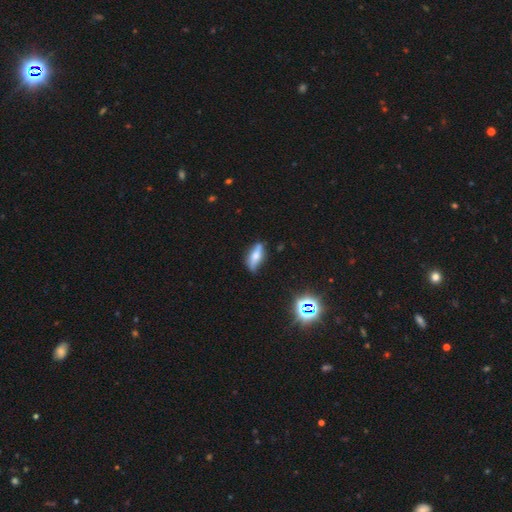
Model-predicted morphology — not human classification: smooth-or-featured: smooth: 56% | featured or disk: 35% | star or artifact: 10%
  how-rounded: in between: 63% | cigar-shaped: 34% | round: 3%
  merging: none: 71% | minor disturbance: 22% | major disturbance: 4% | merger: 3%